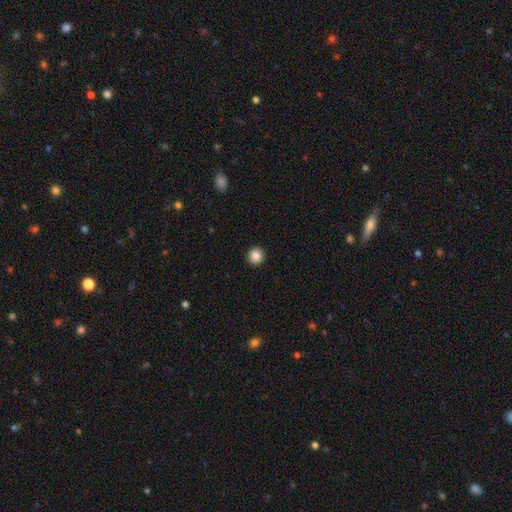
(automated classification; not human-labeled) Overall: smooth (86%). How rounded: round (91%). Merging: none (93%).